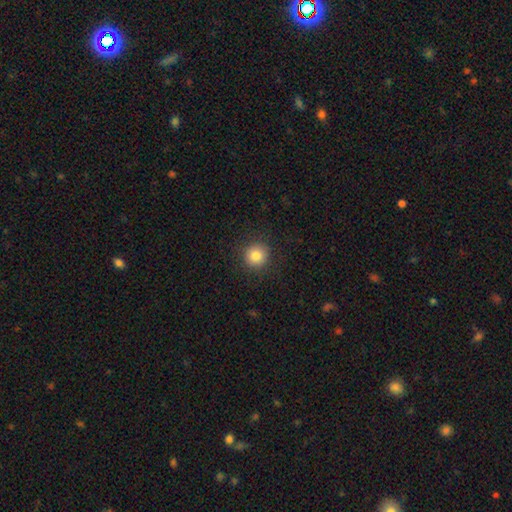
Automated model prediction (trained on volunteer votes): A smooth galaxy with no disk features (83%) that is round (93%).

Vote fractions:
- Smooth or featured? smooth: 83% / star or artifact: 11% / featured or disk: 7%
- How rounded? round: 93% / in between: 6% / cigar-shaped: 1%
- Merging? none: 90% / minor disturbance: 7% / major disturbance: 2% / merger: 1%